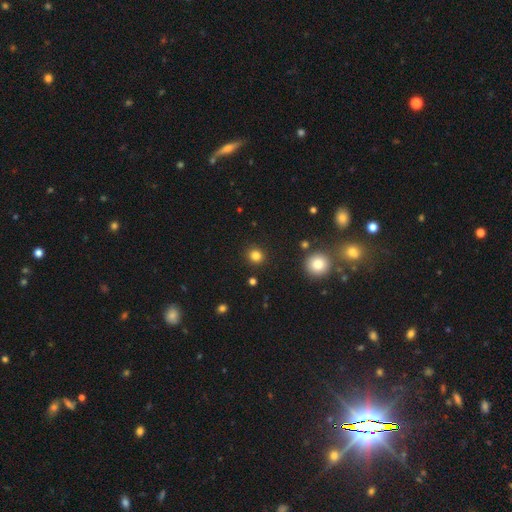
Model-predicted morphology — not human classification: A smooth galaxy with no disk features (83%) that is round (90%).

Vote fractions:
- Smooth or featured? smooth: 83% / star or artifact: 13% / featured or disk: 4%
- How rounded? round: 90% / in between: 9% / cigar-shaped: 1%
- Merging? none: 91% / minor disturbance: 6% / major disturbance: 2% / merger: 2%